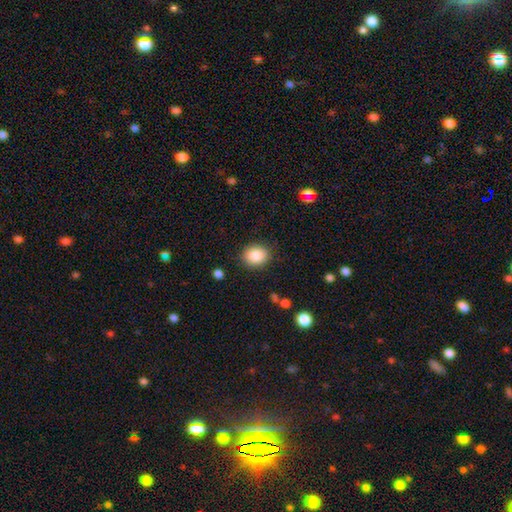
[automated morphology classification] smooth_or_featured: smooth (p=0.87) [alt: star or artifact p=0.08]
how_rounded: round (p=0.59) [alt: in between p=0.41]
merging: none (p=0.86) [alt: minor disturbance p=0.09]